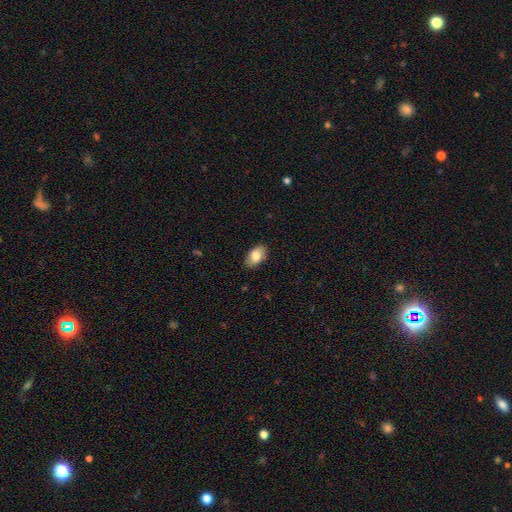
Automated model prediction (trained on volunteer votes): This is likely a smooth galaxy (80%). How rounded: clearly in between (92%). Merging: clearly none (86%).